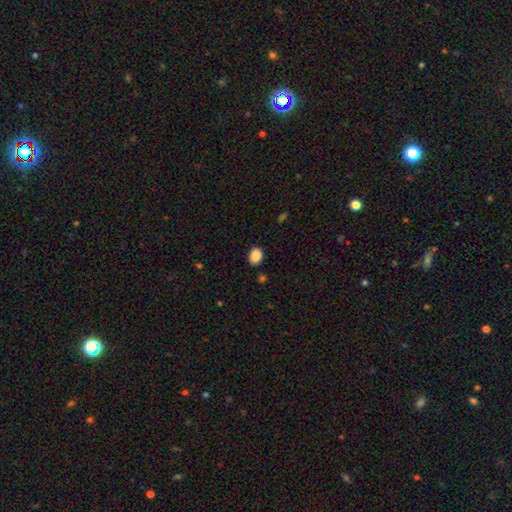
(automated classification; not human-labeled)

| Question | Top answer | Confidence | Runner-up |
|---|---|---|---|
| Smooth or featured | smooth | 88% | star or artifact (8%) |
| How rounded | in between | 61% | round (38%) |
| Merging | none | 88% | minor disturbance (9%) |